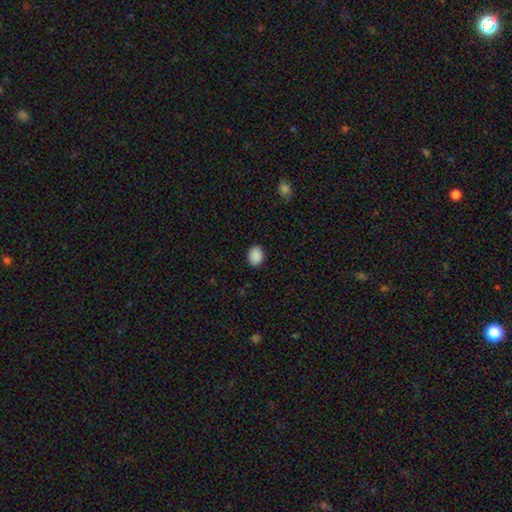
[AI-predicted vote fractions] Smooth or featured? smooth (90%)
How rounded? in between (67%)
Merging? none (89%)